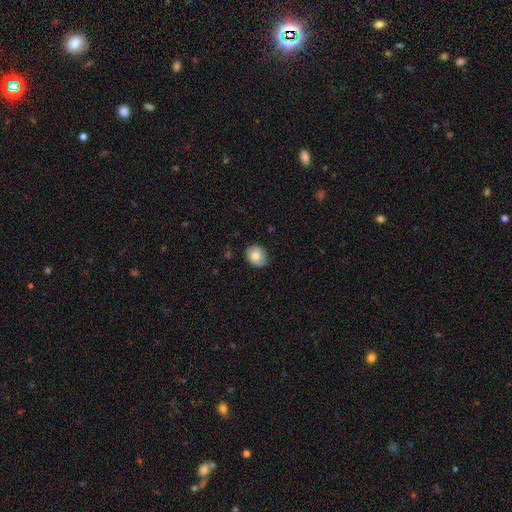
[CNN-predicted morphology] The model was most divided on "how rounded": round: 56%, in between: 43%, cigar-shaped: 1%. More confident: smooth or featured — smooth (77%); merging — none (76%).